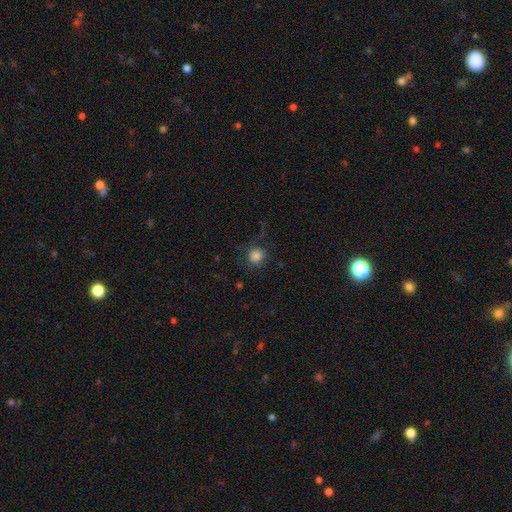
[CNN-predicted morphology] smooth_or_featured: smooth (p=0.82) [alt: star or artifact p=0.11]
how_rounded: round (p=0.92) [alt: in between p=0.07]
merging: none (p=0.75) [alt: minor disturbance p=0.14]